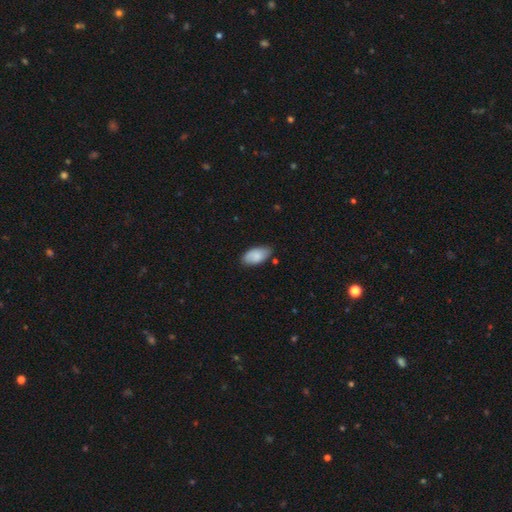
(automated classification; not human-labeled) Q: Smooth or featured?
A: smooth (85%); runner-up: featured or disk (9%)
Q: How rounded?
A: in between (94%); runner-up: cigar-shaped (3%)
Q: Merging?
A: none (74%); runner-up: minor disturbance (21%)